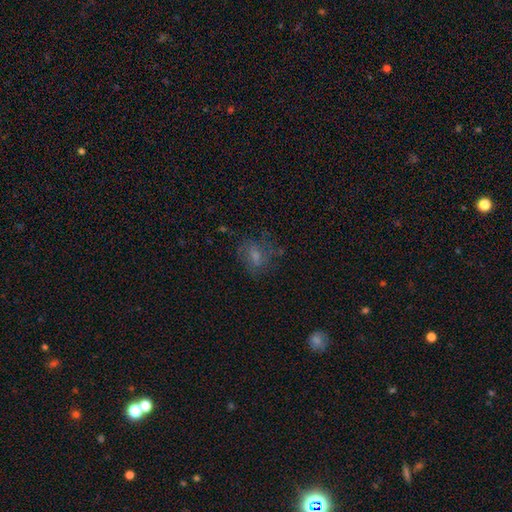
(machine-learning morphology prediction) A smooth galaxy with no disk features (48%). Merging: none (60%).